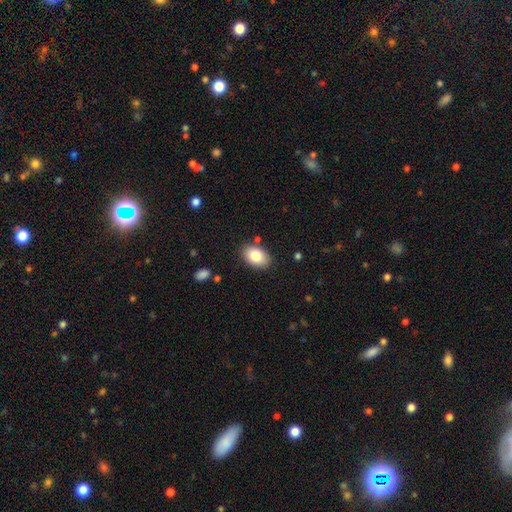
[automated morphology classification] smooth 82%, featured or disk 11%, star or artifact 8%. Down the decision tree: how rounded — in between (86%); merging — none (84%).